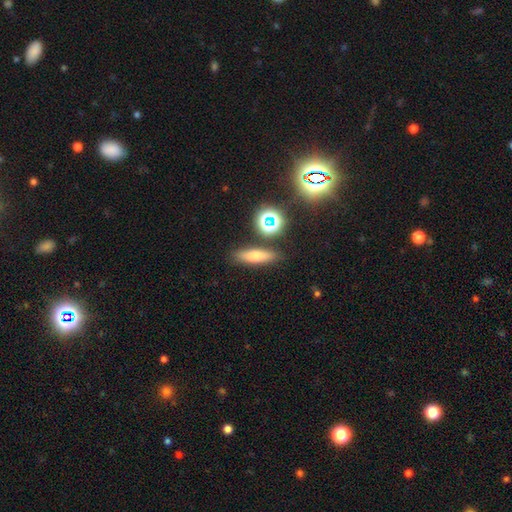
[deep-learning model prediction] A smooth galaxy with no disk features (71%) that is cigar-shaped (58%). Merging: none (84%).